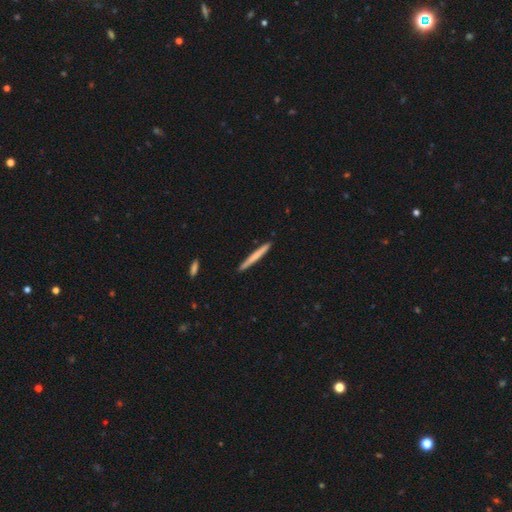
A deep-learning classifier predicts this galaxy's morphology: Smooth or featured?
  - smooth: 65% *
  - featured or disk: 29%
  - star or artifact: 5%
How rounded?
  - cigar-shaped: 97% *
  - in between: 2%
  - round: 1%
Merging?
  - none: 92% *
  - minor disturbance: 6%
  - merger: 1%
  - major disturbance: 1%